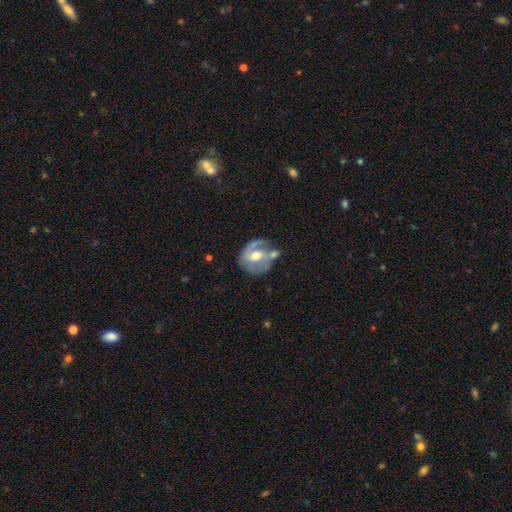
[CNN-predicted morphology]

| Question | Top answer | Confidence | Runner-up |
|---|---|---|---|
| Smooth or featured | featured or disk | 68% | smooth (26%) |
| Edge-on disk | no | 96% | yes (4%) |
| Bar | weak | 45% | no (36%) |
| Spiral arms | yes | 69% | no (31%) |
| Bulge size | moderate | 74% | small (15%) |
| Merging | none | 46% | minor disturbance (22%) |